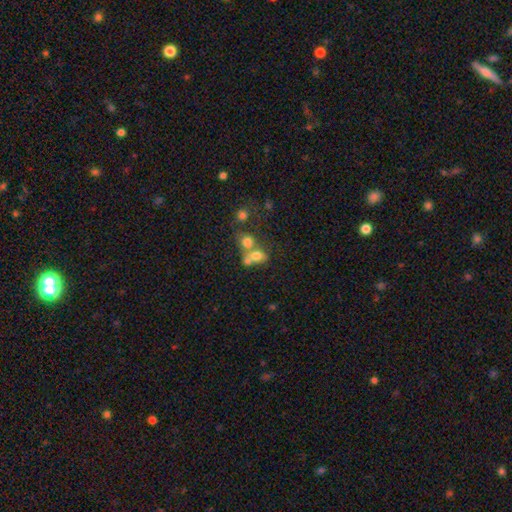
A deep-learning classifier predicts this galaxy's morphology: smooth-or-featured: smooth: 67% | featured or disk: 19% | star or artifact: 14%
  how-rounded: round: 51% | in between: 47% | cigar-shaped: 2%
  merging: merger: 56% | none: 29% | minor disturbance: 9% | major disturbance: 6%